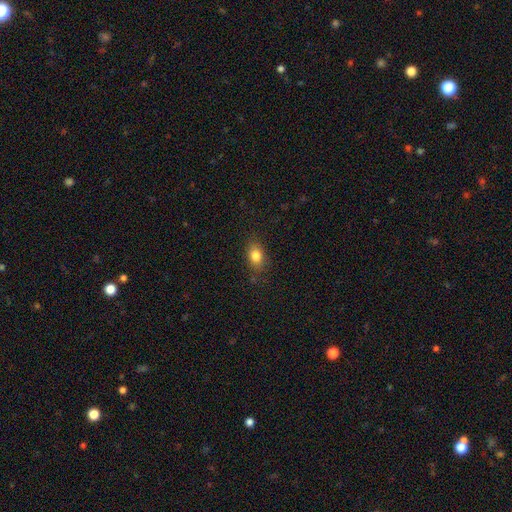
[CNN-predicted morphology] Overall: smooth (82%). How rounded: in between (75%). Merging: none (82%).